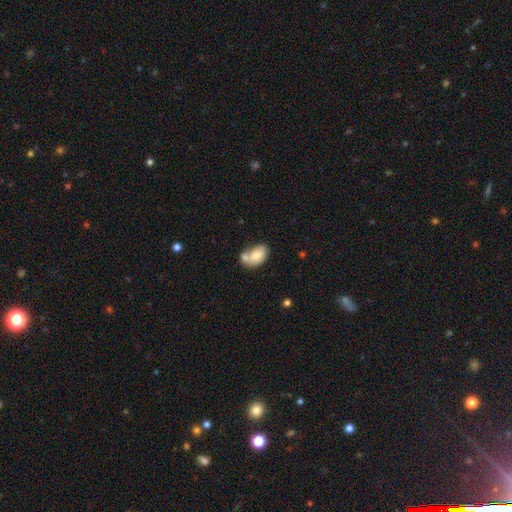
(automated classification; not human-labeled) smooth-or-featured: smooth: 75% | featured or disk: 18% | star or artifact: 7%
  how-rounded: in between: 89% | round: 10% | cigar-shaped: 1%
  merging: merger: 48% | none: 30% | minor disturbance: 16% | major disturbance: 7%